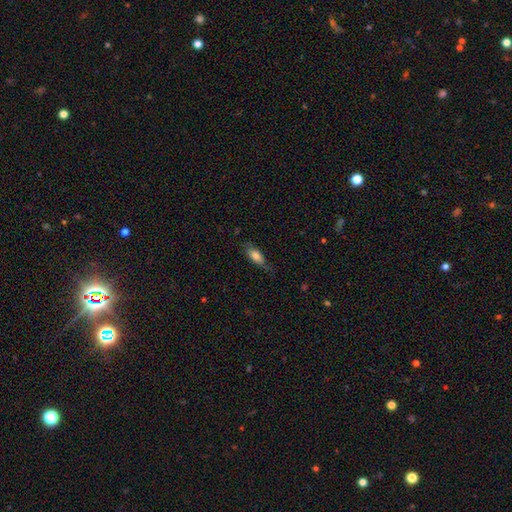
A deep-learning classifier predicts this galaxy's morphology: smooth-or-featured: smooth: 76% | featured or disk: 17% | star or artifact: 7%
  how-rounded: in between: 76% | cigar-shaped: 22% | round: 3%
  merging: none: 66% | minor disturbance: 25% | major disturbance: 8% | merger: 1%